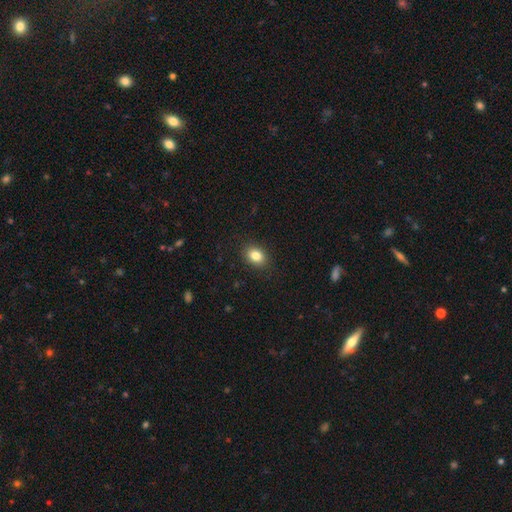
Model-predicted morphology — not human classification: A smooth galaxy with no disk features (84%) that is in between round and cigar-shaped (68%). Merging: none (88%).